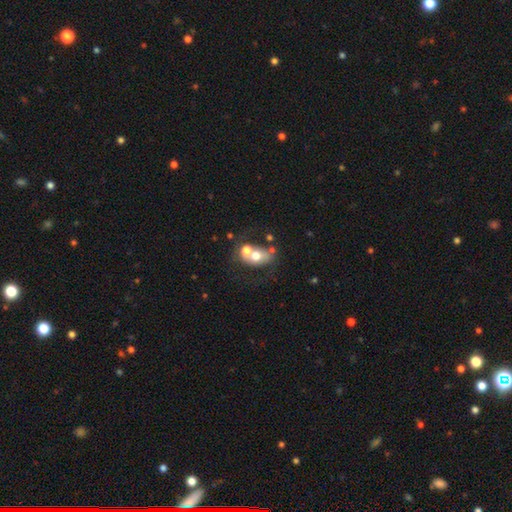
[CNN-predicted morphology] A smooth galaxy with no disk features (58%) that is in between round and cigar-shaped (58%).

Vote fractions:
- Smooth or featured? smooth: 58% / featured or disk: 31% / star or artifact: 11%
- How rounded? in between: 58% / round: 41% / cigar-shaped: 1%
- Merging? merger: 54% / none: 28% / minor disturbance: 10% / major disturbance: 8%